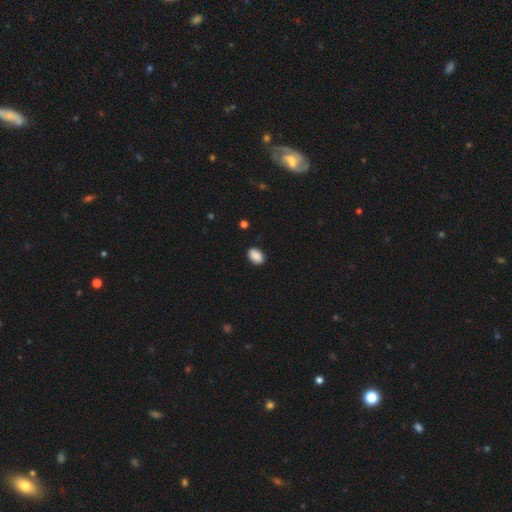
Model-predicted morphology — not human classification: Smooth or featured: smooth — 90% (star or artifact — 7%)
How rounded: in between — 86% (round — 12%)
Merging: none — 88% (minor disturbance — 9%)